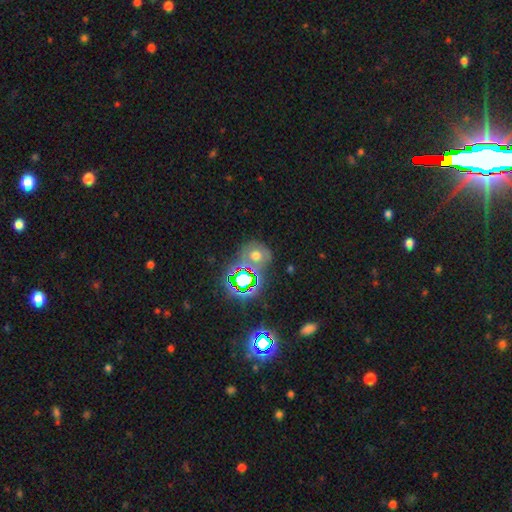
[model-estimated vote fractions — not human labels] Smooth or featured: smooth — 48% (star or artifact — 33%)
Merging: none — 59% (minor disturbance — 16%)